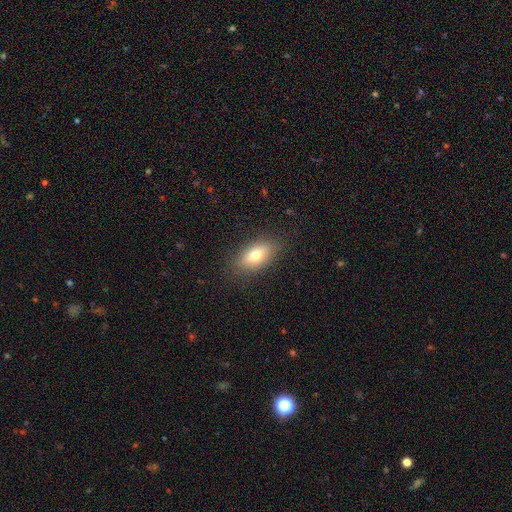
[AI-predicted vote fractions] Morphology: type=smooth (71%); roundness=in between (84%); merging=none (86%).